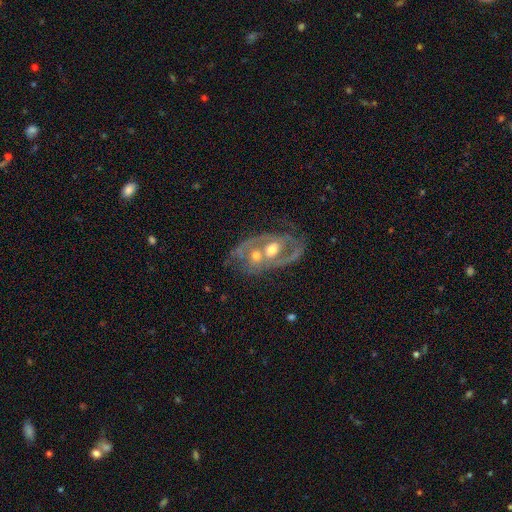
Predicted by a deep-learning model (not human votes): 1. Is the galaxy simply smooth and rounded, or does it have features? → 73% featured or disk, 19% smooth, 8% star or artifact.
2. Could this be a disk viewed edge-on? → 94% no, 6% yes.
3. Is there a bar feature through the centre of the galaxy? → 67% no, 24% weak, 9% strong.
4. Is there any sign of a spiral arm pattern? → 59% yes, 41% no.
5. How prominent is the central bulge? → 73% moderate, 17% small, 7% large, 2% none, 1% dominant.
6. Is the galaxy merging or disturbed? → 48% merger, 29% none, 13% minor disturbance, 10% major disturbance.